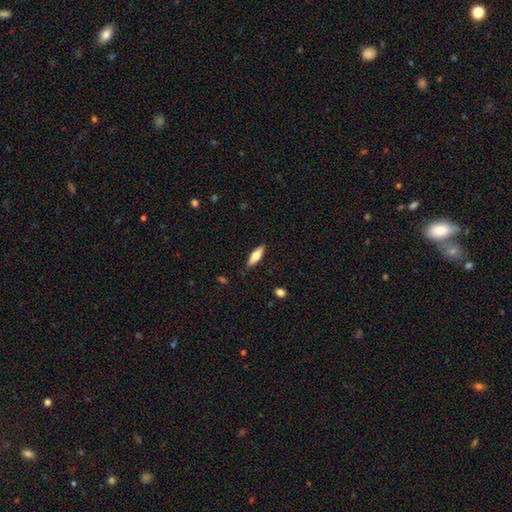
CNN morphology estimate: Smooth or featured? Predicted: smooth (p=0.59). How rounded? Predicted: in between (p=0.55). Merging? Predicted: none (p=0.88).